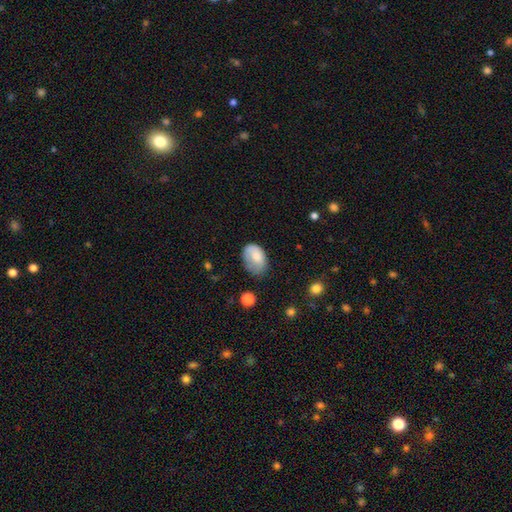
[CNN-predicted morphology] Smooth or featured? Predicted: smooth (p=0.72). How rounded? Predicted: in between (p=0.85). Merging? Predicted: none (p=0.46).